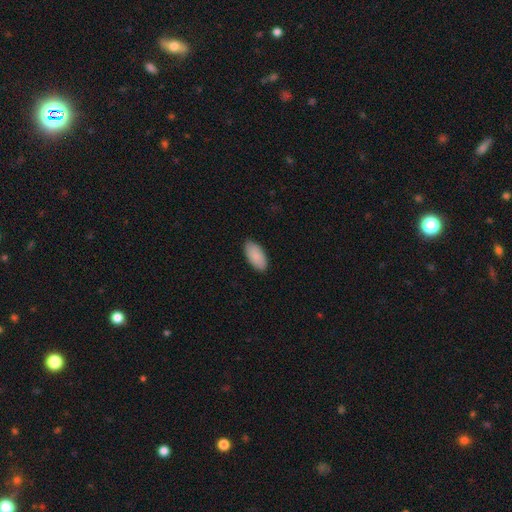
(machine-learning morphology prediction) Smooth or featured? smooth (89%)
How rounded? in between (94%)
Merging? none (86%)